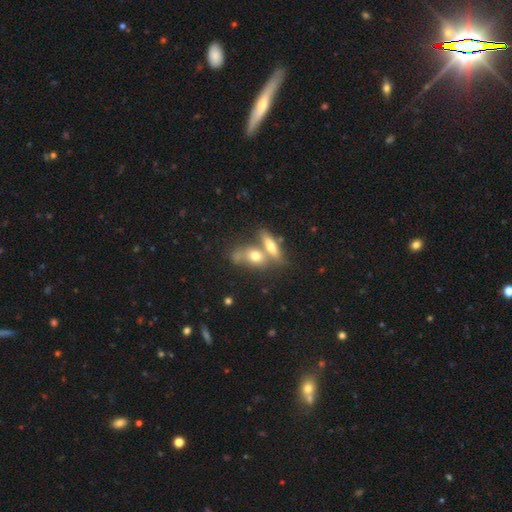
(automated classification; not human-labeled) smooth-or-featured: smooth: 47% | featured or disk: 42% | star or artifact: 11%
  merging: merger: 53% | none: 34% | minor disturbance: 8% | major disturbance: 5%